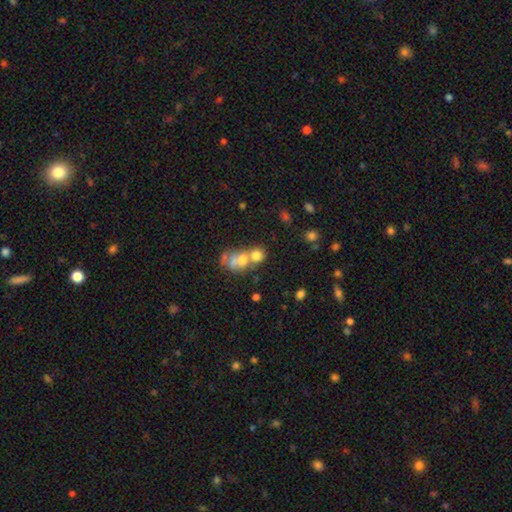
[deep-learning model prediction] Smooth or featured? smooth (67%)
How rounded? round (63%)
Merging? merger (60%)